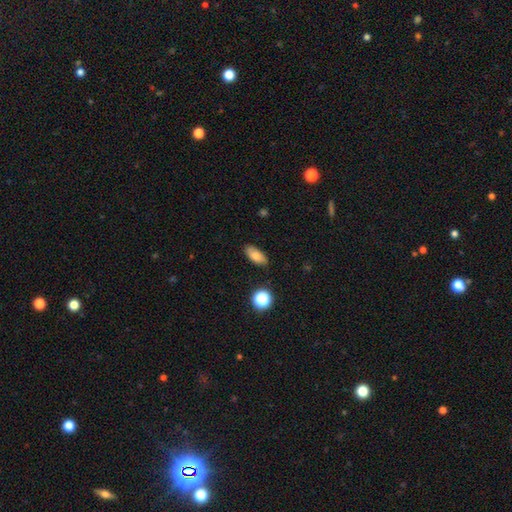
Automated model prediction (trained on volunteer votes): Q: Smooth or featured?
A: smooth (78%); runner-up: featured or disk (12%)
Q: How rounded?
A: in between (85%); runner-up: cigar-shaped (10%)
Q: Merging?
A: none (84%); runner-up: minor disturbance (12%)